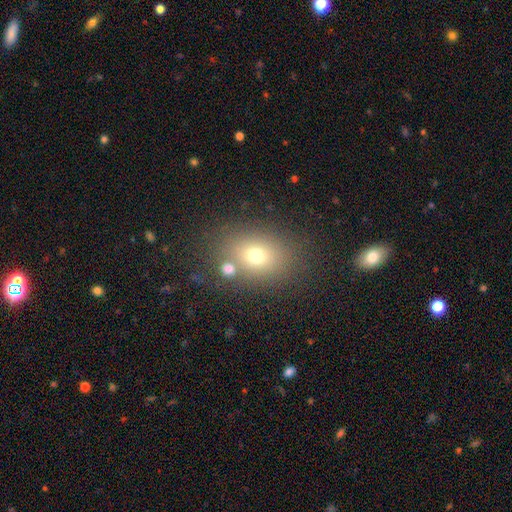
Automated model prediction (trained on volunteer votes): Overall: smooth (70%). How rounded: in between (55%; round 44%). Merging: none (71%).